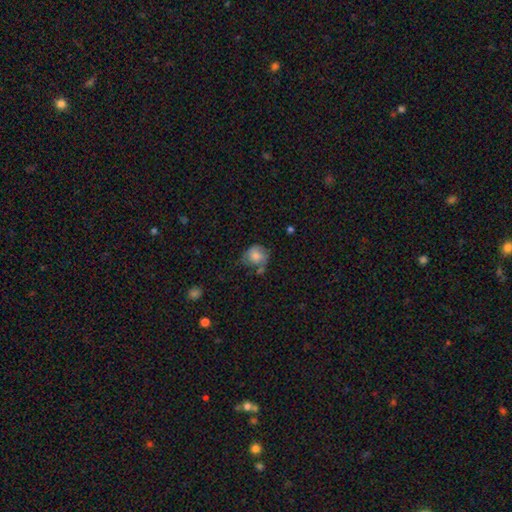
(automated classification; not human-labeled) smooth_or_featured: smooth (p=0.68) [alt: featured or disk p=0.24]
how_rounded: round (p=0.73) [alt: in between p=0.26]
merging: none (p=0.40) [alt: minor disturbance p=0.31]